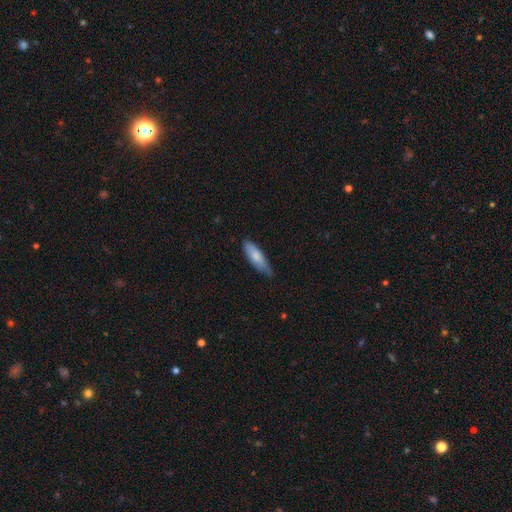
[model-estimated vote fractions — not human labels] Morphology: type=smooth (79%); roundness=in between (49%, tied with cigar-shaped); merging=none (61%).